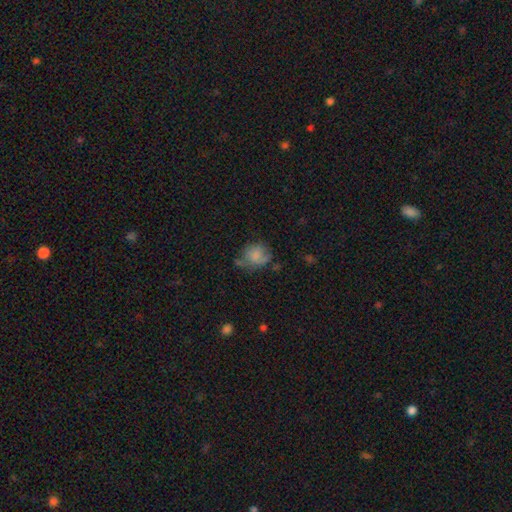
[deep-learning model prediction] smooth 69%, featured or disk 21%, star or artifact 10%. Down the decision tree: how rounded — round (64%); merging — none (43%).